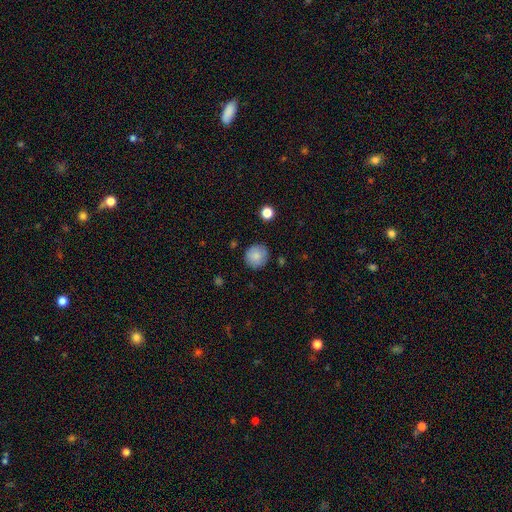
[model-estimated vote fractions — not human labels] A smooth galaxy with no disk features (84%) that is round (92%). Merging: none (85%).